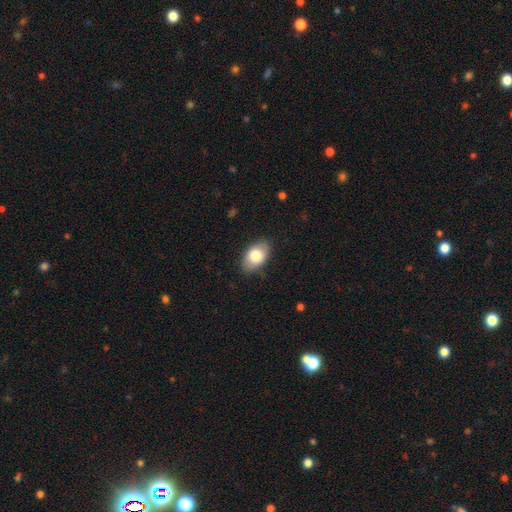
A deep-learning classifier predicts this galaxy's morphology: The model was most divided on "smooth or featured": smooth: 78%, featured or disk: 16%, star or artifact: 6%. More confident: how rounded — in between (92%); merging — none (83%).